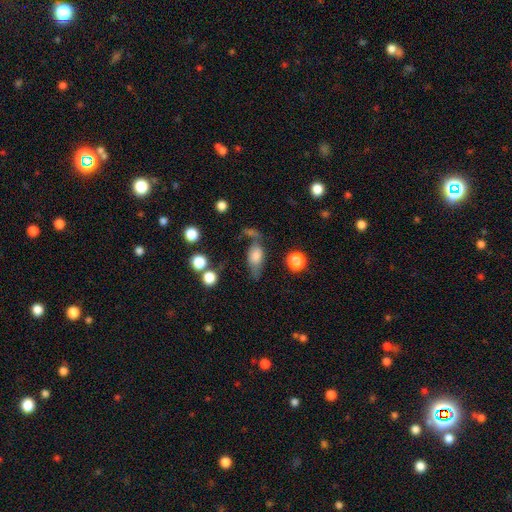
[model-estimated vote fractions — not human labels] Morphology: type=smooth (66%); roundness=in between (81%); merging=none (40%).